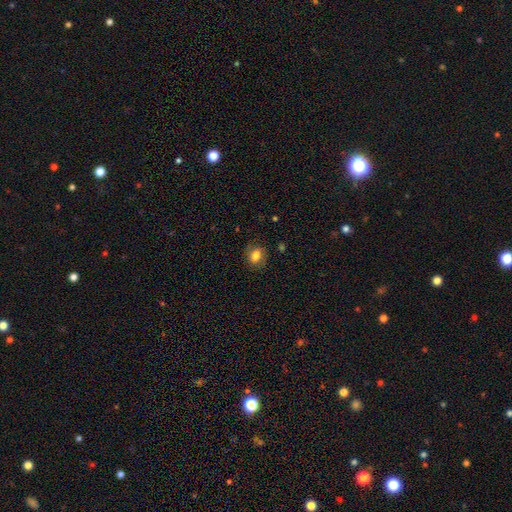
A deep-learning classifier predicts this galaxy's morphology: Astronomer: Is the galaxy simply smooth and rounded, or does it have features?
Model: smooth — 80%.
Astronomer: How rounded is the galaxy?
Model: round — 59% (runner-up: in between, 40%).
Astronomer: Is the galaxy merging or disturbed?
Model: none — 81%.